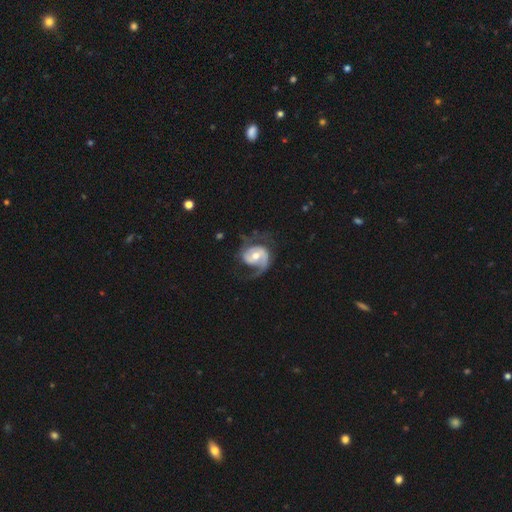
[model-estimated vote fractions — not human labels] Smooth or featured? Predicted: featured or disk (p=0.83). Edge-on disk? Predicted: no (p=0.98). Bar? Predicted: no (p=0.44). Spiral arms? Predicted: yes (p=0.93). Spiral winding? Predicted: medium (p=0.44). Spiral arm count? Predicted: 2 (p=0.64). Bulge size? Predicted: moderate (p=0.68). Merging? Predicted: none (p=0.54).